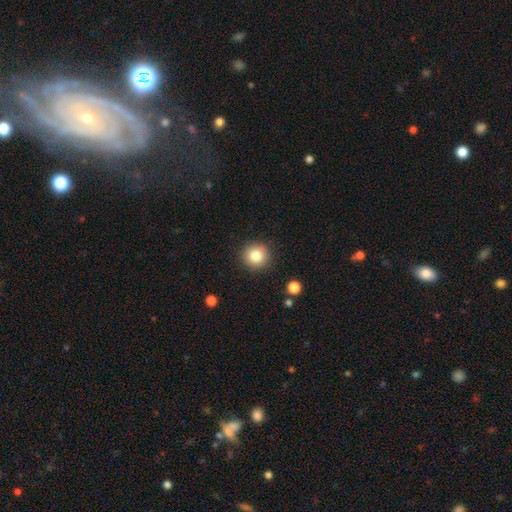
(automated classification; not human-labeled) This appears to be a smooth galaxy with no disk features (83%) that is round (93%). Merging: none (90%).